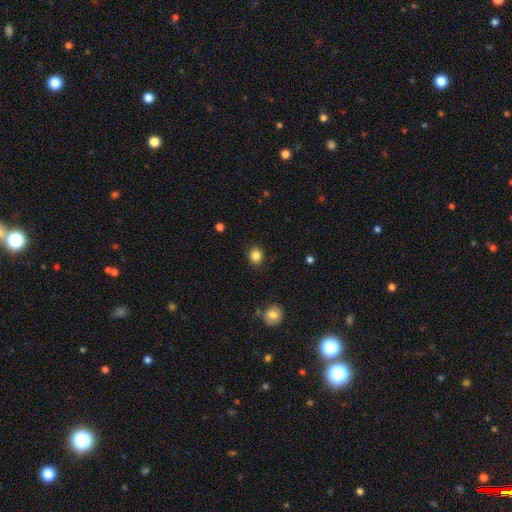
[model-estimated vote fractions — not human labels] Smooth or featured: smooth — 85% (star or artifact — 11%)
How rounded: round — 72% (in between — 27%)
Merging: none — 89% (minor disturbance — 7%)